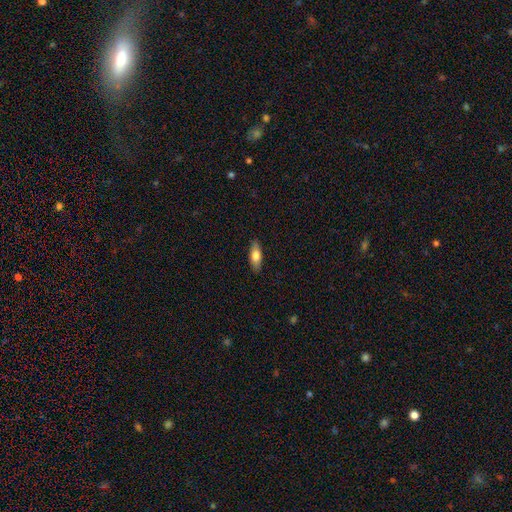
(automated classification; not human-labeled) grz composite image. It shows a smooth galaxy with no disk features (74%) that is in between round and cigar-shaped (70%). Merging: none (87%).